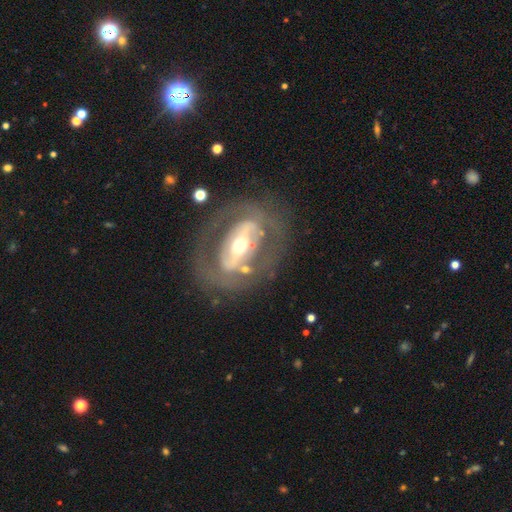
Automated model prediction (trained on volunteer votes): Smooth or featured? featured or disk (78%)
Edge-on disk? no (92%)
Bar? strong (52%)
Spiral arms? no (57%)
Bulge size? moderate (65%)
Merging? none (70%)